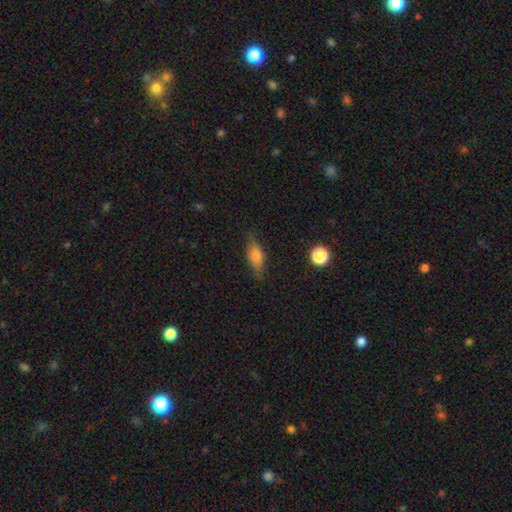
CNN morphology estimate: This is likely a smooth galaxy (67%). How rounded: likely in between (64%). Merging: likely none (79%).